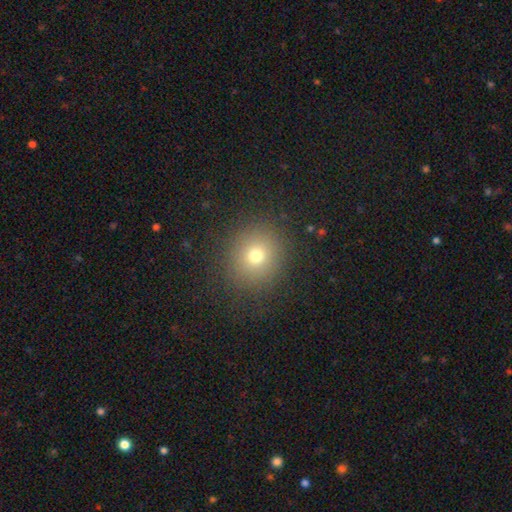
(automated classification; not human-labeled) A smooth galaxy with no disk features (71%) that is round (87%). Merging: none (90%).